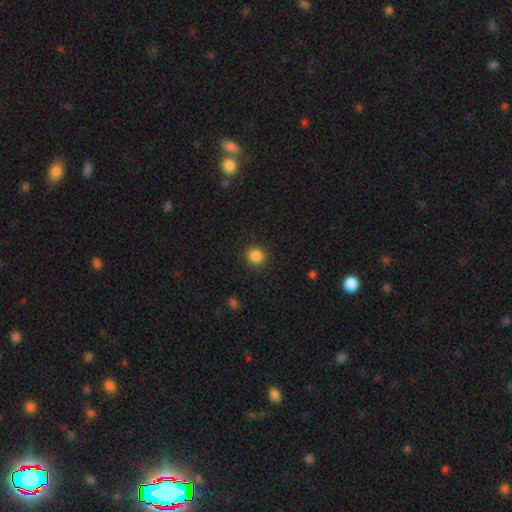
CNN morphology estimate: This is clearly a smooth galaxy (86%). How rounded: clearly round (92%). Merging: clearly none (92%).